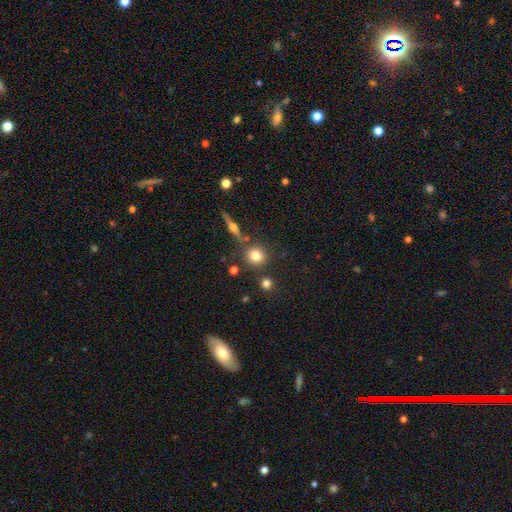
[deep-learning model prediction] Morphology: type=smooth (77%); roundness=round (88%); merging=none (78%).